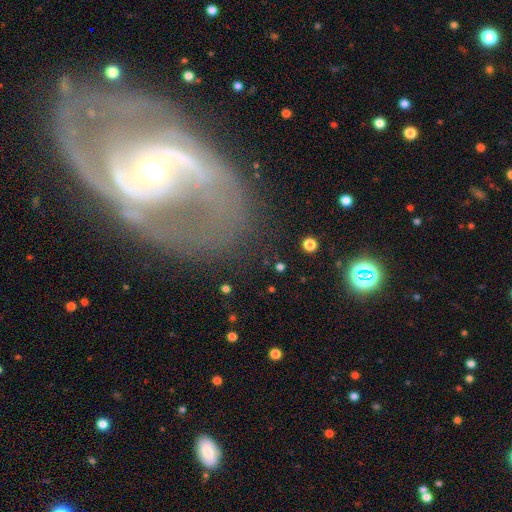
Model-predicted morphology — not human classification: Smooth or featured: featured or disk — 84% (star or artifact — 8%)
Edge-on disk: no — 96% (yes — 4%)
Bar: no — 40% (weak — 36%)
Spiral arms: yes — 91% (no — 9%)
Spiral winding: medium — 46% (tight — 30%)
Spiral arm count: 2 — 77% (can't tell — 8%)
Bulge size: moderate — 50% (small — 41%)
Merging: none — 68% (minor disturbance — 15%)